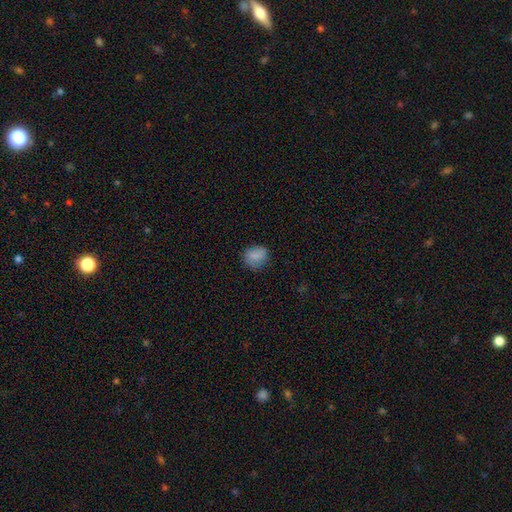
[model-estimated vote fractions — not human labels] This is clearly a smooth galaxy (83%). How rounded: likely round (67%). Merging: likely none (77%).